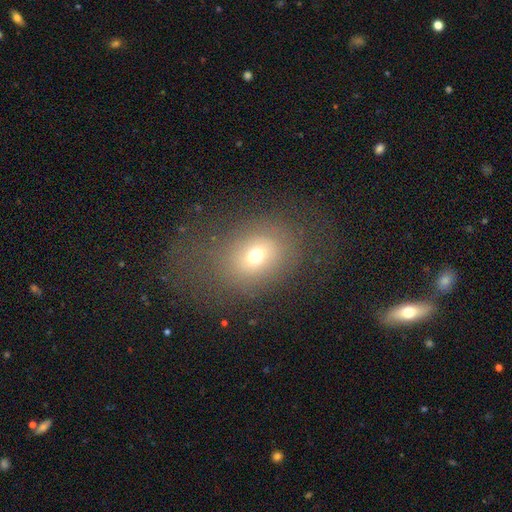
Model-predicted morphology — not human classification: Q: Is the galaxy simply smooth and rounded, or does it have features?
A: smooth — 68%.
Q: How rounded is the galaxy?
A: round — 51%.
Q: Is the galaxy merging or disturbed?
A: none — 68%.